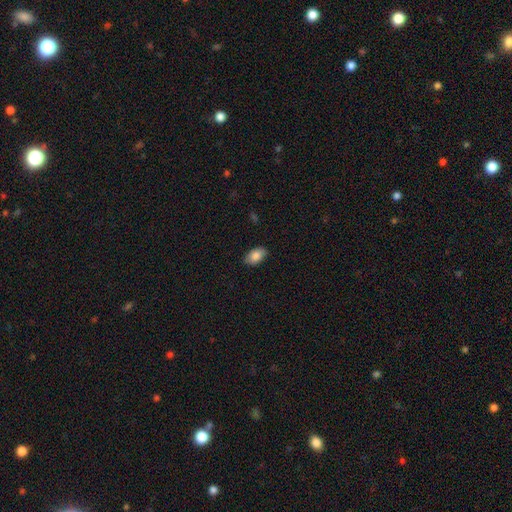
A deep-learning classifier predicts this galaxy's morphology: Smooth or featured?
  - smooth: 85% *
  - featured or disk: 8%
  - star or artifact: 7%
How rounded?
  - in between: 93% *
  - round: 5%
  - cigar-shaped: 2%
Merging?
  - none: 87% *
  - minor disturbance: 10%
  - major disturbance: 2%
  - merger: 1%